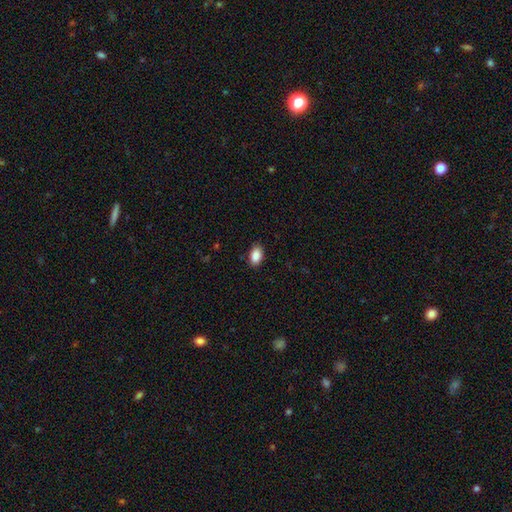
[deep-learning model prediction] A smooth galaxy with no disk features (89%) that is in between round and cigar-shaped (91%).

Vote fractions:
- Smooth or featured? smooth: 89% / star or artifact: 8% / featured or disk: 3%
- How rounded? in between: 91% / round: 8% / cigar-shaped: 2%
- Merging? none: 87% / minor disturbance: 10% / major disturbance: 2% / merger: 1%